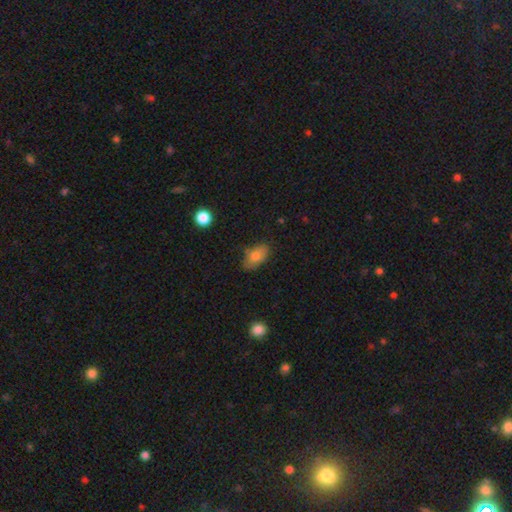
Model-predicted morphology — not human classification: Smooth or featured? Predicted: smooth (p=0.78). How rounded? Predicted: in between (p=0.91). Merging? Predicted: none (p=0.70).